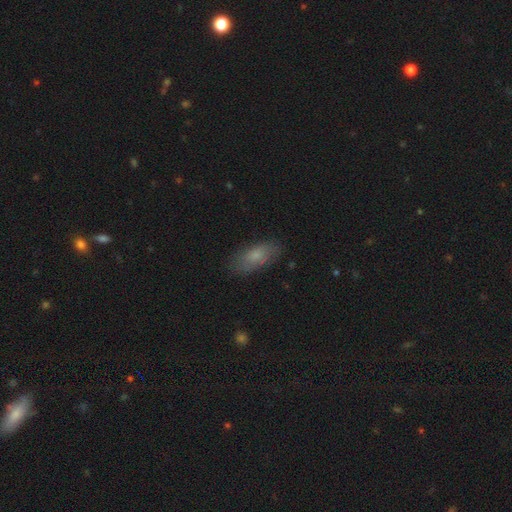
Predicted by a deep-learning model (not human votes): Smooth or featured? Predicted: smooth (p=0.73). How rounded? Predicted: in between (p=0.80). Merging? Predicted: none (p=0.78).